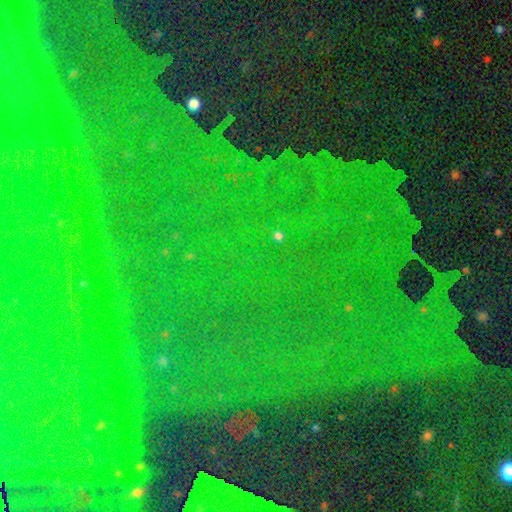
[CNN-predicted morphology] Q: Smooth or featured?
A: star or artifact (84%); runner-up: smooth (8%)